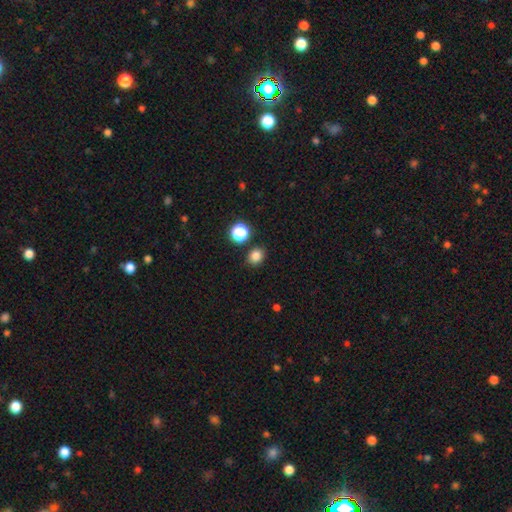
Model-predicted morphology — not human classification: Overall: smooth (82%). How rounded: round (65%; in between 34%). Merging: none (86%).